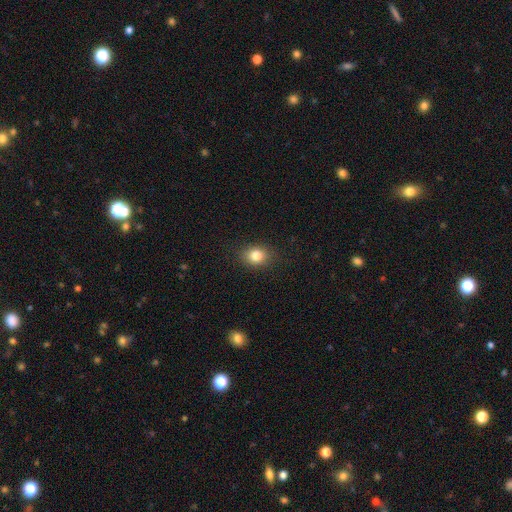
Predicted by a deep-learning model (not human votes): The model was most divided on "how rounded": round: 50%, in between: 49%, cigar-shaped: 1%. More confident: merging — none (88%); smooth or featured — smooth (83%).